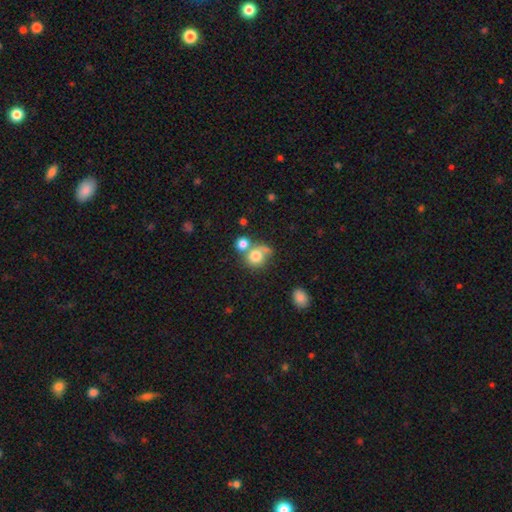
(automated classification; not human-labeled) smooth_or_featured: smooth (p=0.75) [alt: featured or disk p=0.16]
how_rounded: round (p=0.76) [alt: in between p=0.23]
merging: merger (p=0.39) [alt: none p=0.36]